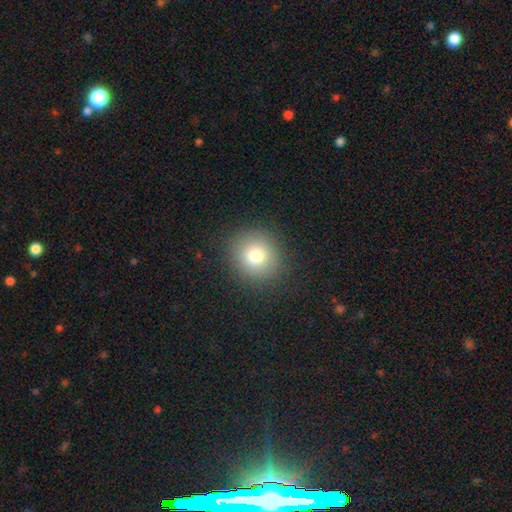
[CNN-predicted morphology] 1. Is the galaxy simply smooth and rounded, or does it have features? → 78% smooth, 12% star or artifact, 10% featured or disk.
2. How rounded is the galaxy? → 88% round, 11% in between, 1% cigar-shaped.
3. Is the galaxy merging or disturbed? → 89% none, 7% minor disturbance, 3% major disturbance, 1% merger.